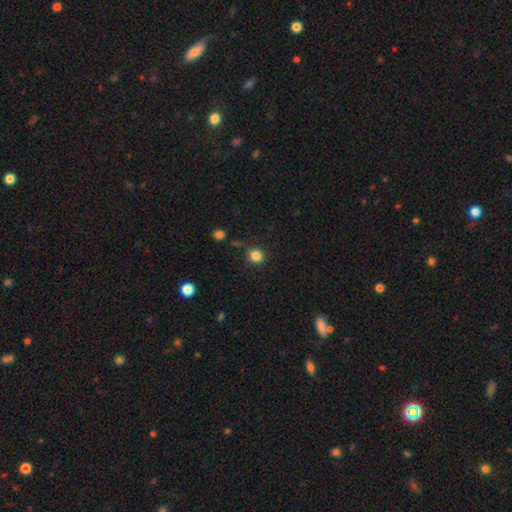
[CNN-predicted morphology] Smooth or featured?
  - smooth: 85% *
  - star or artifact: 11%
  - featured or disk: 4%
How rounded?
  - round: 84% *
  - in between: 16%
  - cigar-shaped: 1%
Merging?
  - none: 84% *
  - minor disturbance: 10%
  - merger: 3%
  - major disturbance: 3%